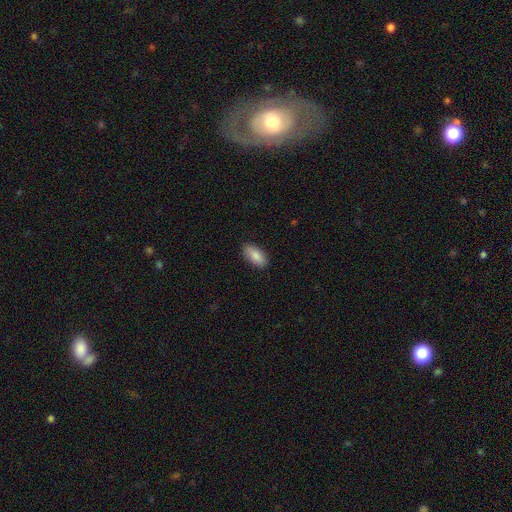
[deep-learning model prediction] Smooth or featured?
  - smooth: 86% *
  - featured or disk: 8%
  - star or artifact: 6%
How rounded?
  - in between: 90% *
  - cigar-shaped: 8%
  - round: 2%
Merging?
  - none: 87% *
  - minor disturbance: 10%
  - major disturbance: 2%
  - merger: 1%